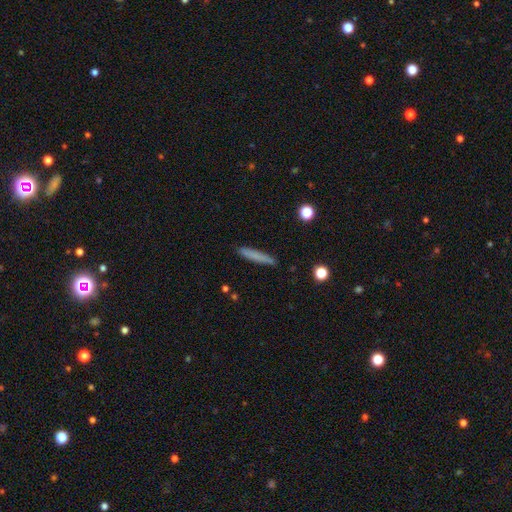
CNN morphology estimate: Overall: smooth (77%). How rounded: cigar-shaped (93%). Merging: none (88%).